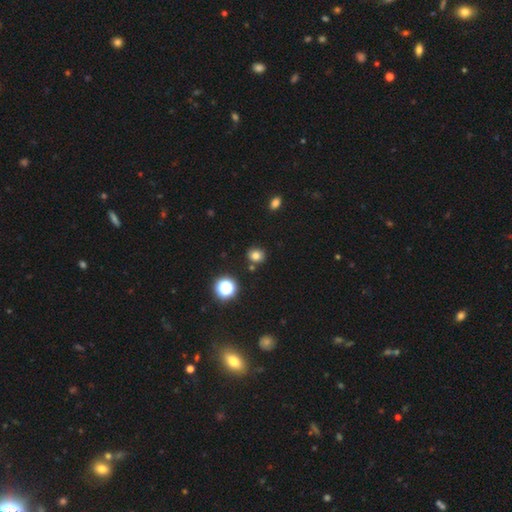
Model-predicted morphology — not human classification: A smooth galaxy with no disk features (77%) that is round (72%). Merging: none (81%).